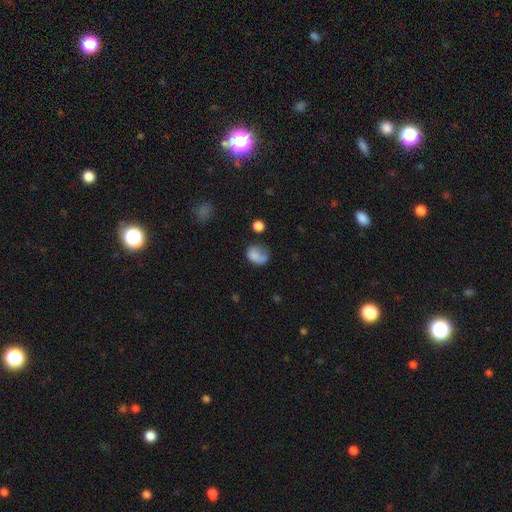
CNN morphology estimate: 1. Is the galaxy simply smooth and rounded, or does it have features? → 74% smooth, 15% featured or disk, 11% star or artifact.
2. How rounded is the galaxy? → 62% in between, 37% round, 1% cigar-shaped.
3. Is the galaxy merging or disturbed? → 36% none, 27% minor disturbance, 26% major disturbance, 12% merger.